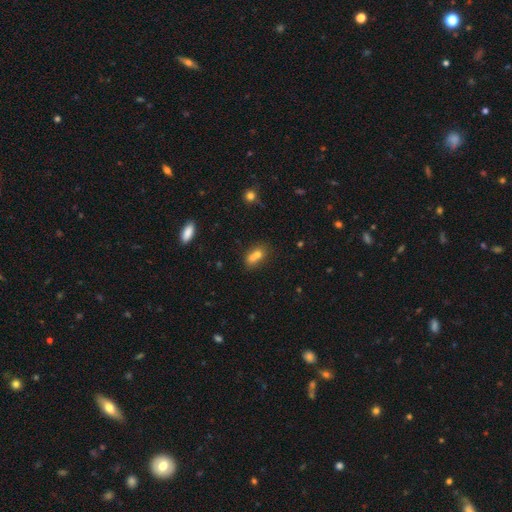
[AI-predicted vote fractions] Smooth or featured? Predicted: smooth (p=0.69). How rounded? Predicted: in between (p=0.57). Merging? Predicted: merger (p=0.60).